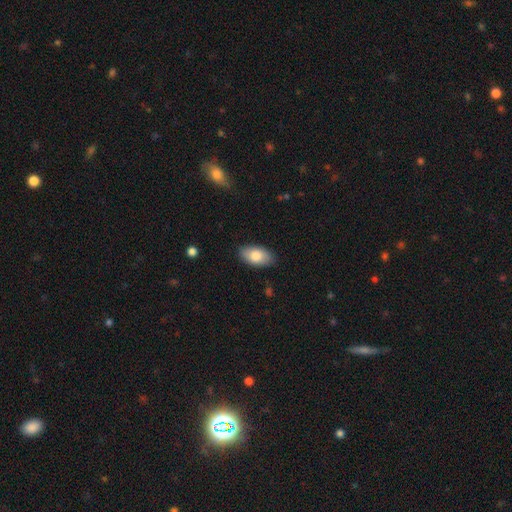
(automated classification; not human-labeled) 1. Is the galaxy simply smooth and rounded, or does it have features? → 82% smooth, 12% featured or disk, 6% star or artifact.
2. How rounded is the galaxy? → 94% in between, 4% round, 2% cigar-shaped.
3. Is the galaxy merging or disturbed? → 86% none, 11% minor disturbance, 2% major disturbance, 1% merger.